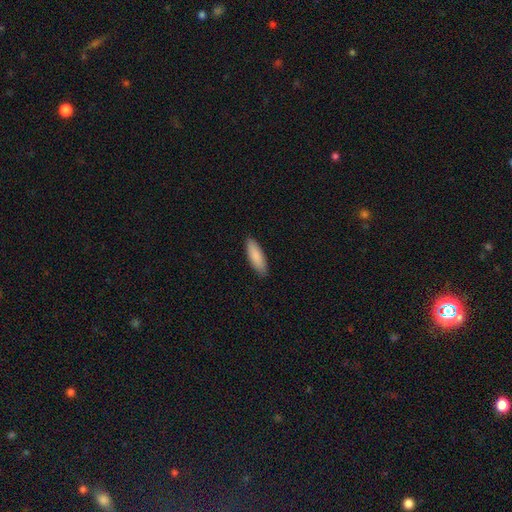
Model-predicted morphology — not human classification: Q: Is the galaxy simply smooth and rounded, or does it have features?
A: smooth — 87%.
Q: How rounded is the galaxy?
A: in between — 56%.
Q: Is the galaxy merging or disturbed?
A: none — 88%.